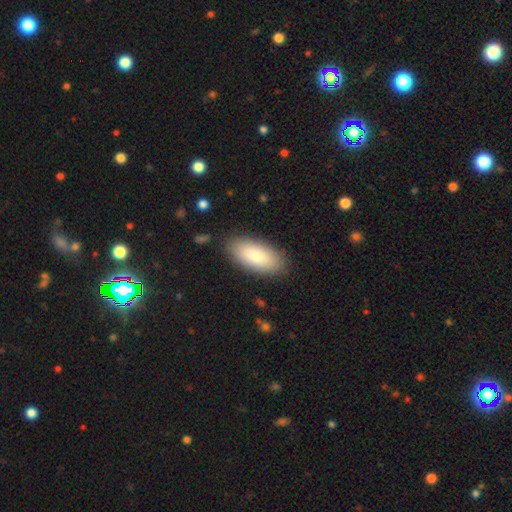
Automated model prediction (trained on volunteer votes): This is clearly a smooth galaxy (81%). How rounded: clearly in between (90%). Merging: clearly none (87%).